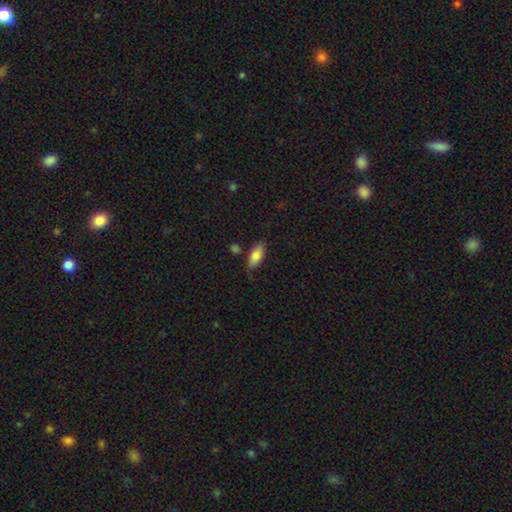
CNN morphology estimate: A smooth galaxy with no disk features (77%) that is in between round and cigar-shaped (81%). Merging: none (67%).